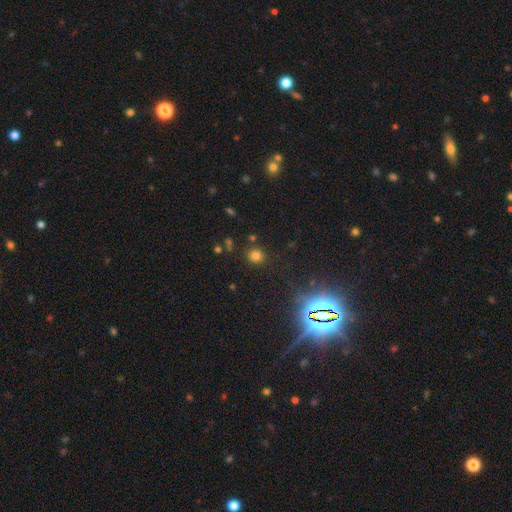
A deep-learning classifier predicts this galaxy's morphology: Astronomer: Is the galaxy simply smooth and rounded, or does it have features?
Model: smooth — 74%.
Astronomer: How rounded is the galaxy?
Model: round — 86%.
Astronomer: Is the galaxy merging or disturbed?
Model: none — 86%.